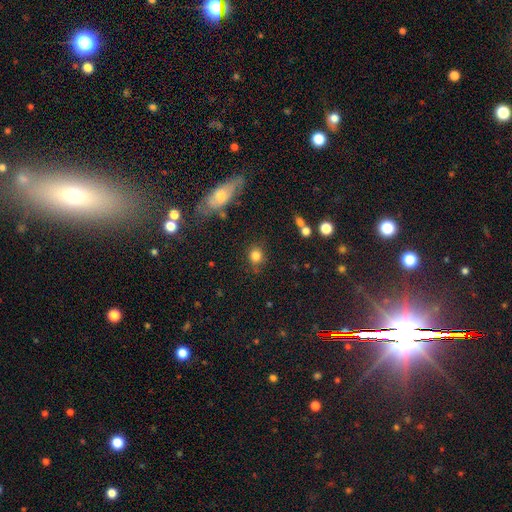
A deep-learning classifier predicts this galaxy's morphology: Smooth or featured? Predicted: smooth (p=0.81). How rounded? Predicted: round (p=0.77). Merging? Predicted: none (p=0.78).